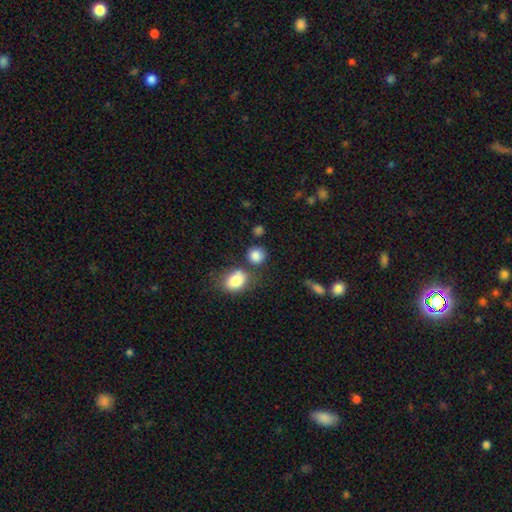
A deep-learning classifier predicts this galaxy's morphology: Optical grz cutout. It shows a smooth galaxy with no disk features (85%) that is round (81%). Merging: none (70%).